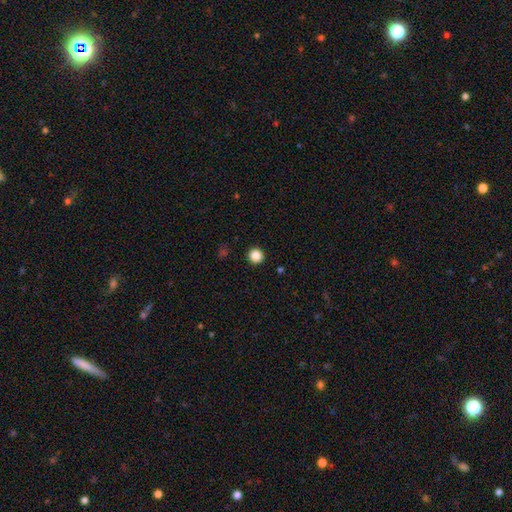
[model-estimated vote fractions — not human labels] smooth-or-featured: smooth: 86% | star or artifact: 11% | featured or disk: 3%
  how-rounded: round: 96% | in between: 3% | cigar-shaped: 1%
  merging: none: 93% | minor disturbance: 4% | major disturbance: 2% | merger: 1%